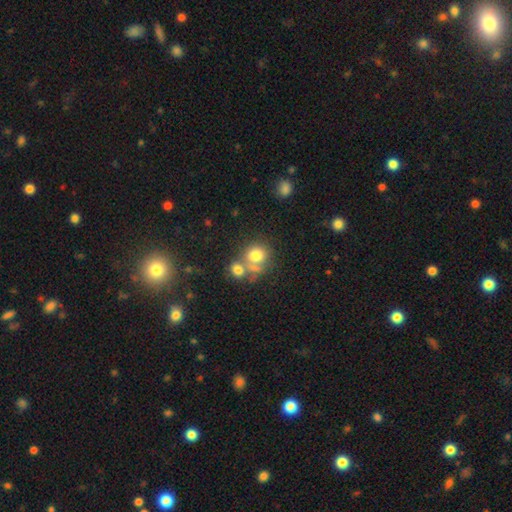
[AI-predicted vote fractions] Smooth or featured: smooth — 75% (featured or disk — 13%)
How rounded: round — 78% (in between — 21%)
Merging: merger — 42% (none — 41%)